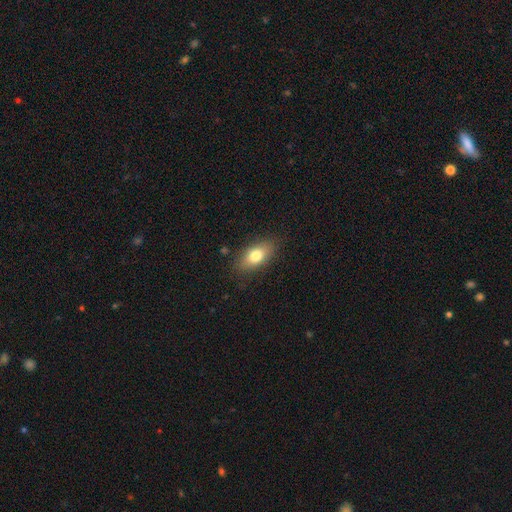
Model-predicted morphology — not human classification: Overall: smooth (77%). How rounded: in between (86%). Merging: none (84%).